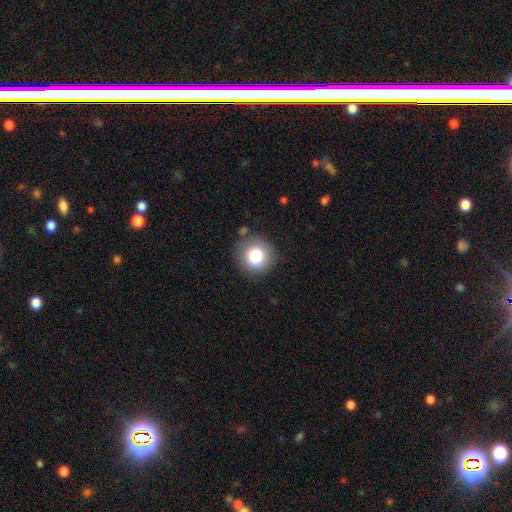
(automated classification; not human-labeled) A smooth galaxy with no disk features (82%) that is round (93%). Merging: none (85%).